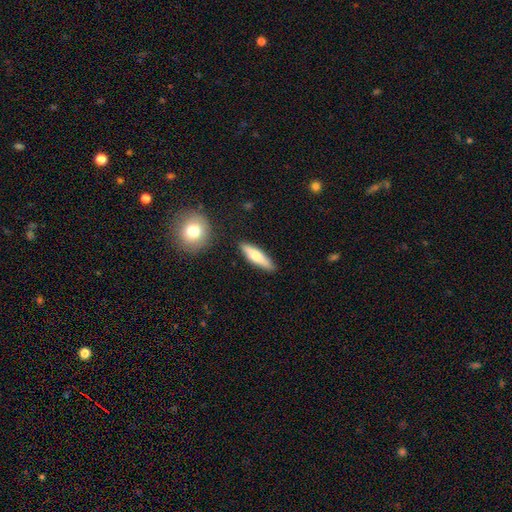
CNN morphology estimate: The model was most divided on "smooth or featured": smooth: 62%, featured or disk: 32%, star or artifact: 6%. More confident: merging — none (86%); how rounded — cigar-shaped (72%).